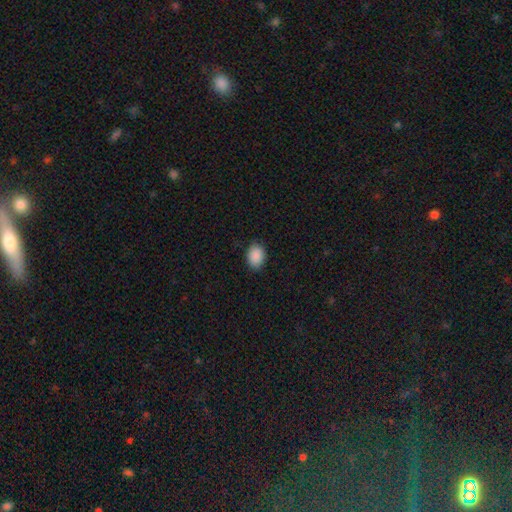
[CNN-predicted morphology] Smooth or featured: smooth — 90% (star or artifact — 7%)
How rounded: in between — 72% (round — 27%)
Merging: none — 86% (minor disturbance — 10%)